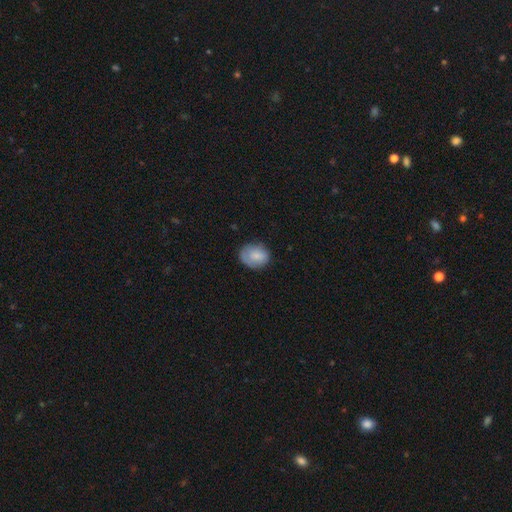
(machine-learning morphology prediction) Smooth or featured?
  - smooth: 78% *
  - featured or disk: 15%
  - star or artifact: 7%
How rounded?
  - round: 54% *
  - in between: 45%
  - cigar-shaped: 1%
Merging?
  - none: 69% *
  - minor disturbance: 23%
  - major disturbance: 6%
  - merger: 1%